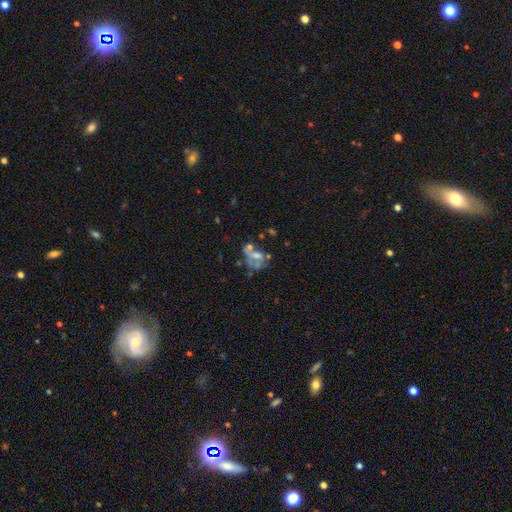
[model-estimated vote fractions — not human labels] Smooth or featured? Predicted: featured or disk (p=0.52). Edge-on disk? Predicted: no (p=0.97). Bar? Predicted: no (p=0.87). Spiral arms? Predicted: no (p=0.91). Bulge size? Predicted: none (p=0.41). Merging? Predicted: merger (p=0.38).